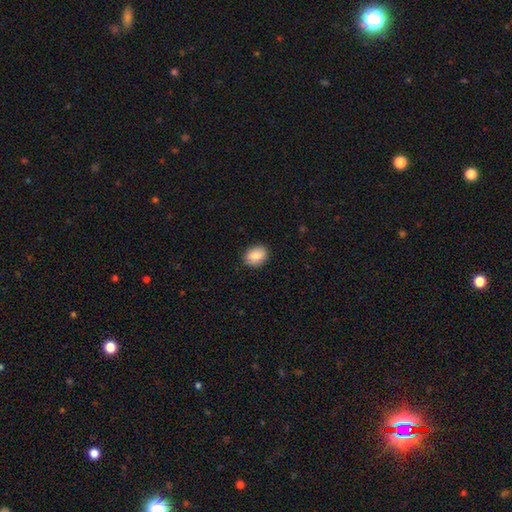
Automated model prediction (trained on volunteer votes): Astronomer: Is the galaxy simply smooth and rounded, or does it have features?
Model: smooth — 87%.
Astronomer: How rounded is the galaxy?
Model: in between — 59% (runner-up: round, 40%).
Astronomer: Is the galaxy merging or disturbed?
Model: none — 89%.